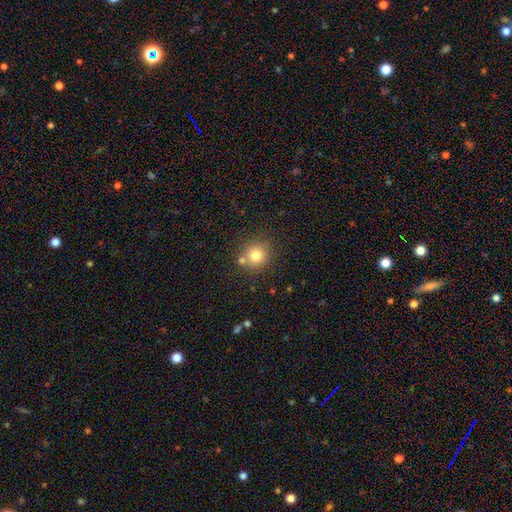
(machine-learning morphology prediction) The model was most divided on "merging": none: 71%, merger: 16%, minor disturbance: 10%, major disturbance: 3%. More confident: how rounded — round (90%); smooth or featured — smooth (78%).